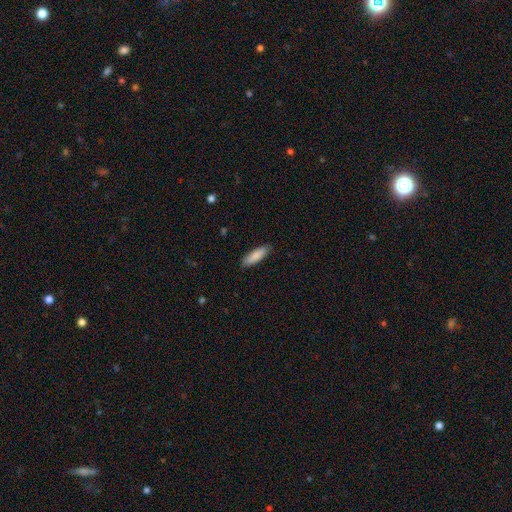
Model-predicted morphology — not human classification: A smooth galaxy with no disk features (87%) that is cigar-shaped (59%). Merging: none (88%).